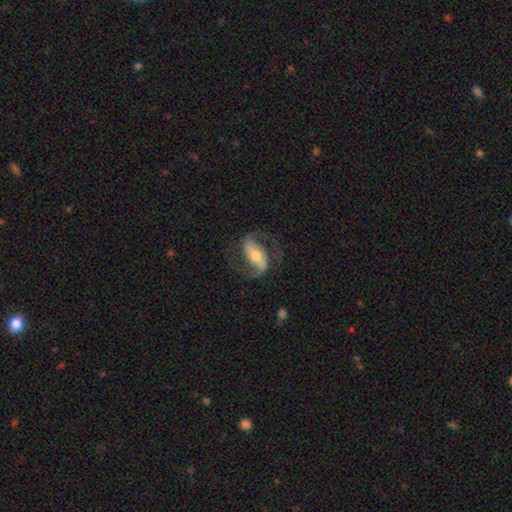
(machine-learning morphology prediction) This is clearly a featured or disk galaxy (87%). It is clearly not viewed edge-on (96%). Bar: possibly strong (54%). Spiral arm pattern: clearly yes (95%). Spiral arm count: clearly 2 (93%). Spiral winding: possibly medium (54%). Central bulge: possibly moderate (58%). Merging: likely none (76%).